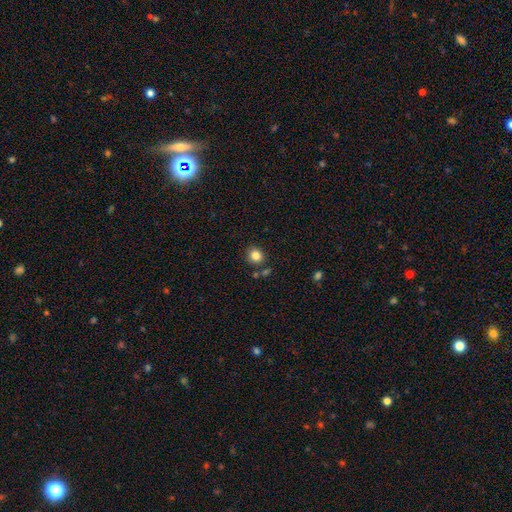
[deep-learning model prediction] Q: Smooth or featured?
A: smooth (84%); runner-up: star or artifact (11%)
Q: How rounded?
A: round (82%); runner-up: in between (17%)
Q: Merging?
A: none (80%); runner-up: minor disturbance (10%)